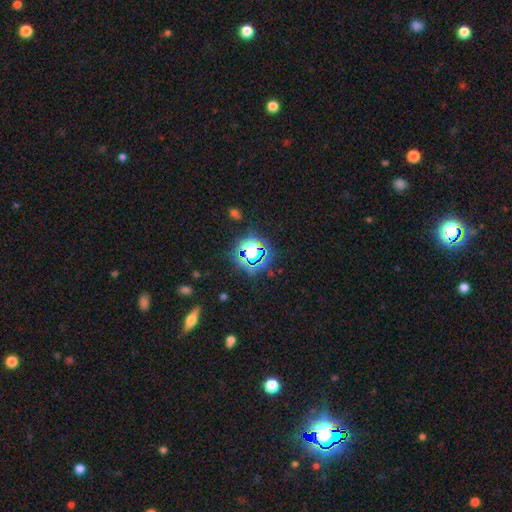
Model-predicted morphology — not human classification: star or artifact 64%, smooth 26%, featured or disk 10%.